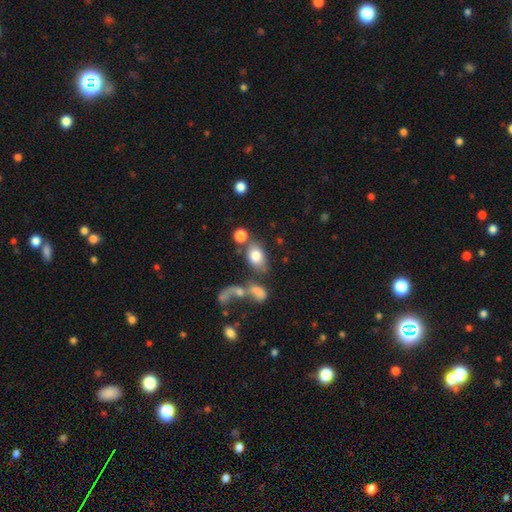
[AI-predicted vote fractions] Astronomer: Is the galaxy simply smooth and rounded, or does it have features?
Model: smooth — 75%.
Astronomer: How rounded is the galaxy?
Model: in between — 79%.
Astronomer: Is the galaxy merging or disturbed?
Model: none — 46% (runner-up: merger, 28%).